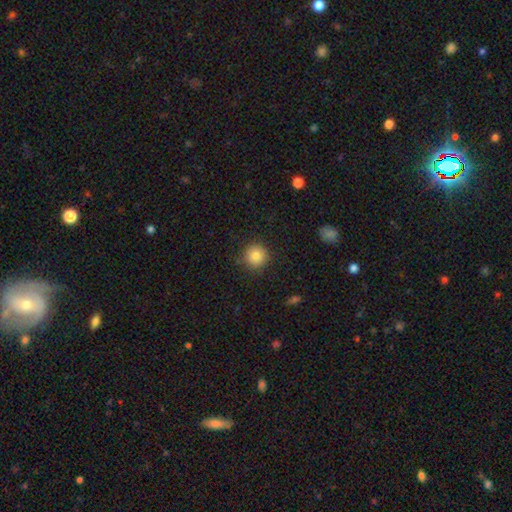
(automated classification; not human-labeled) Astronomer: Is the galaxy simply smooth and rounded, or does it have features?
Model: smooth — 84%.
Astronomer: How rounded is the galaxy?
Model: round — 95%.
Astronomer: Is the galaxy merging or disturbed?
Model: none — 89%.